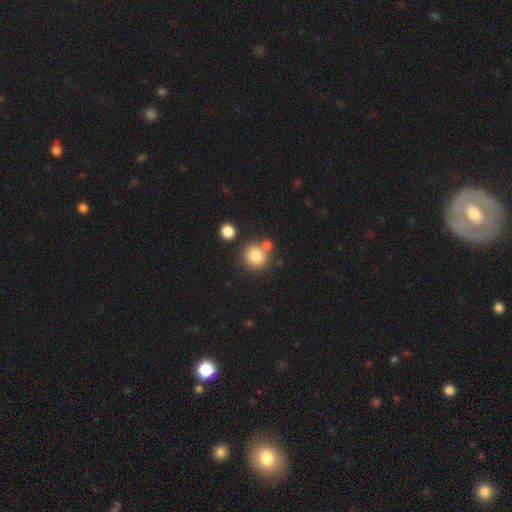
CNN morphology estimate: A smooth galaxy with no disk features (81%) that is round (92%).

Vote fractions:
- Smooth or featured? smooth: 81% / star or artifact: 11% / featured or disk: 8%
- How rounded? round: 92% / in between: 7% / cigar-shaped: 1%
- Merging? none: 71% / merger: 17% / minor disturbance: 9% / major disturbance: 3%